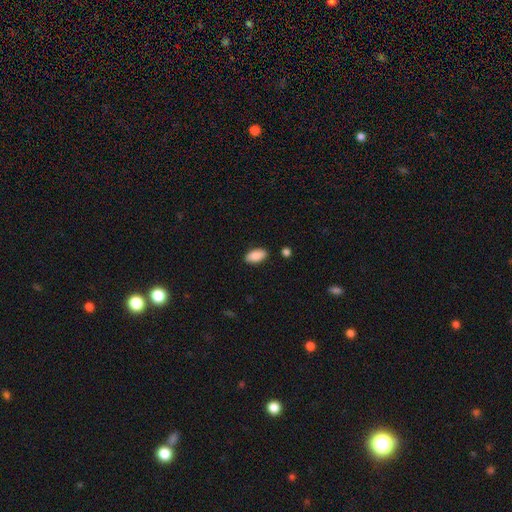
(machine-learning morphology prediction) Q: Smooth or featured?
A: smooth (89%); runner-up: star or artifact (6%)
Q: How rounded?
A: in between (94%); runner-up: cigar-shaped (4%)
Q: Merging?
A: none (87%); runner-up: minor disturbance (9%)